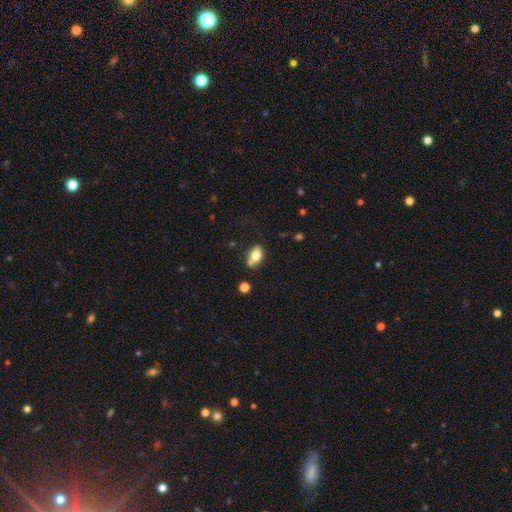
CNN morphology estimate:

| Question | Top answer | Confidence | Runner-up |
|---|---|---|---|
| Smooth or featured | smooth | 74% | featured or disk (18%) |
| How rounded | in between | 81% | round (16%) |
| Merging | none | 58% | merger (19%) |